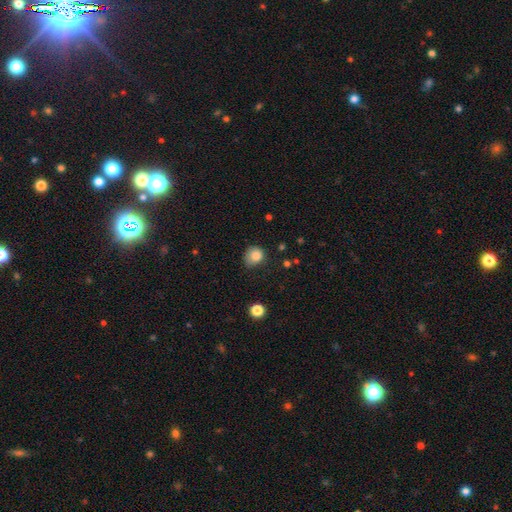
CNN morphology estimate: A smooth galaxy with no disk features (82%) that is round (71%).

Vote fractions:
- Smooth or featured? smooth: 82% / star or artifact: 10% / featured or disk: 7%
- How rounded? round: 71% / in between: 28% / cigar-shaped: 1%
- Merging? none: 53% / minor disturbance: 35% / major disturbance: 10% / merger: 2%